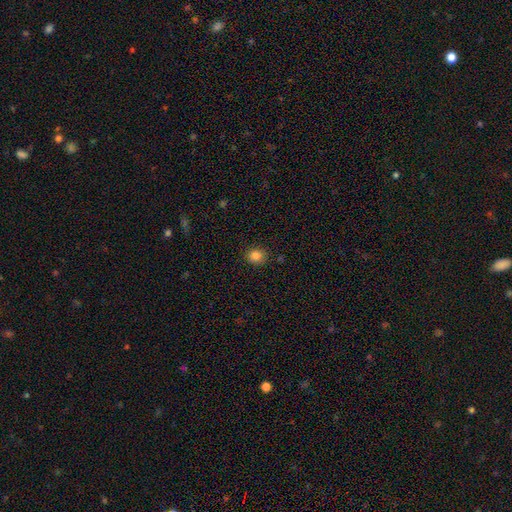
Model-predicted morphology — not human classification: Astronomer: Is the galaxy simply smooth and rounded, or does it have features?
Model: smooth — 84%.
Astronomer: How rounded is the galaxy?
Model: round — 75%.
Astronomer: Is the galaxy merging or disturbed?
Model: none — 88%.